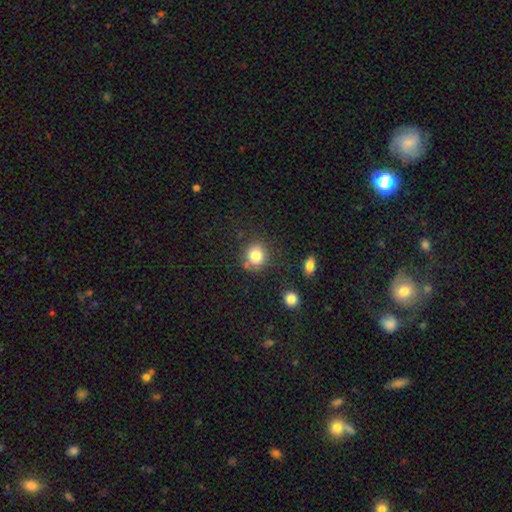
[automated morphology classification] Smooth or featured? Predicted: smooth (p=0.82). How rounded? Predicted: round (p=0.84). Merging? Predicted: none (p=0.76).